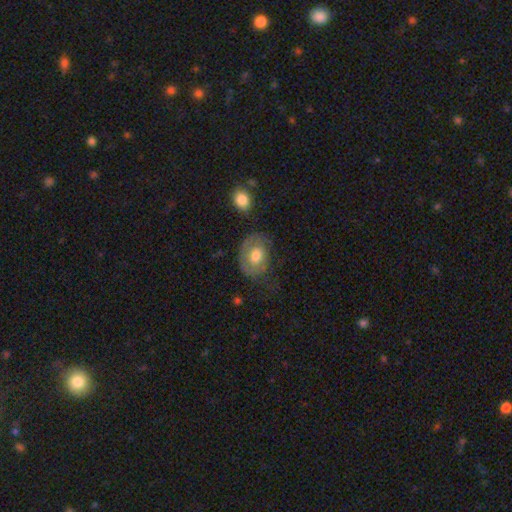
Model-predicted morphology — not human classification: Smooth or featured: smooth — 56% (featured or disk — 37%)
How rounded: in between — 66% (round — 33%)
Merging: none — 53% (minor disturbance — 26%)